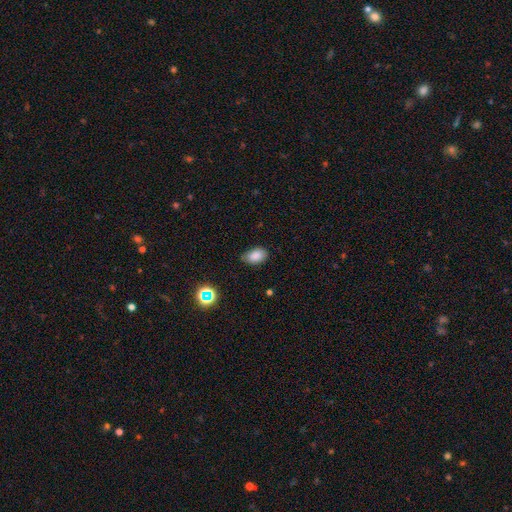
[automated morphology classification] Q: Smooth or featured?
A: smooth (84%); runner-up: star or artifact (10%)
Q: How rounded?
A: in between (89%); runner-up: round (9%)
Q: Merging?
A: none (70%); runner-up: minor disturbance (24%)